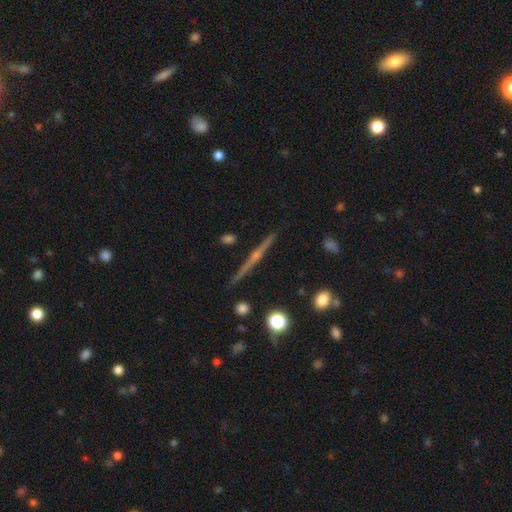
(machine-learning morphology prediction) Smooth or featured: featured or disk — 80% (smooth — 12%)
Edge-on disk: yes — 98% (no — 2%)
Edge-on bulge: rounded — 80% (none — 14%)
Merging: none — 91% (minor disturbance — 6%)